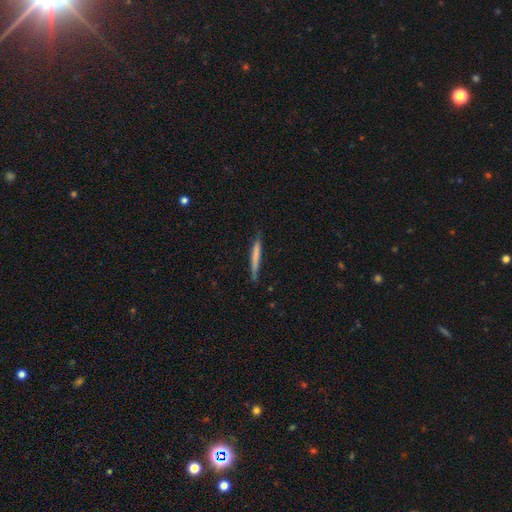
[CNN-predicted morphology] The model was most divided on "smooth or featured": smooth: 64%, featured or disk: 31%, star or artifact: 6%. More confident: how rounded — cigar-shaped (96%); merging — none (84%).